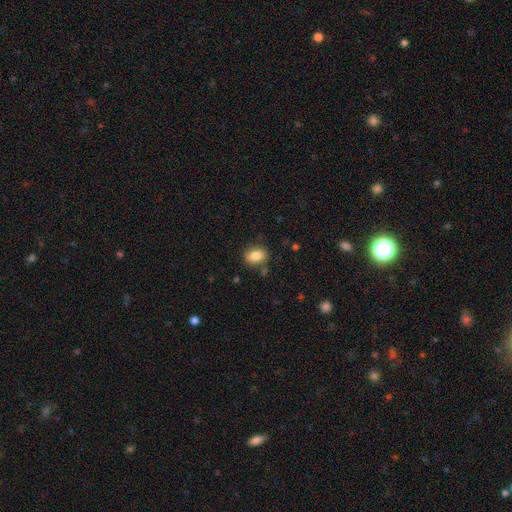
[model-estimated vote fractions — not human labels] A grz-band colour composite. It shows a smooth galaxy with no disk features (83%) that is in between round and cigar-shaped (64%). Merging: none (81%).